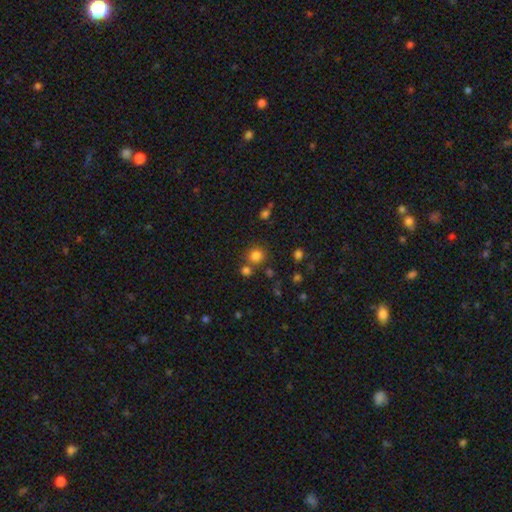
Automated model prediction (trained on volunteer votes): Morphology: type=smooth (80%); roundness=round (87%); merging=none (73%).